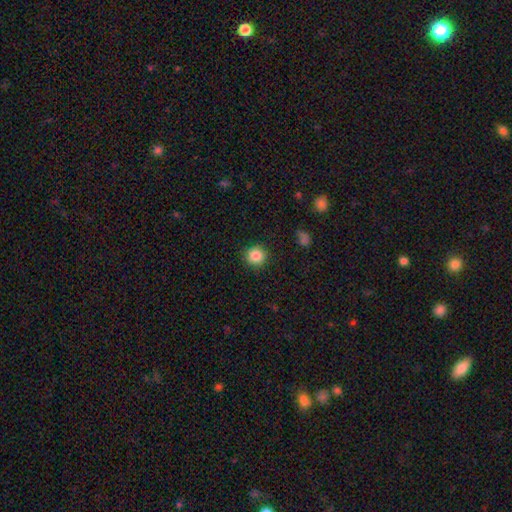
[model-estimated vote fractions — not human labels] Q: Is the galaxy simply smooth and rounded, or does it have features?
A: smooth — 86%.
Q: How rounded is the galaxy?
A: round — 94%.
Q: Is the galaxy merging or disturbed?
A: none — 91%.